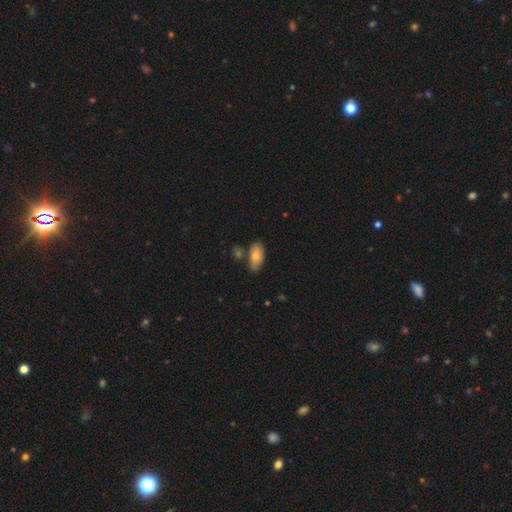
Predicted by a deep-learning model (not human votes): Smooth or featured?
  - smooth: 71% *
  - featured or disk: 21%
  - star or artifact: 8%
How rounded?
  - in between: 90% *
  - cigar-shaped: 5%
  - round: 4%
Merging?
  - none: 67% *
  - minor disturbance: 19%
  - merger: 10%
  - major disturbance: 4%